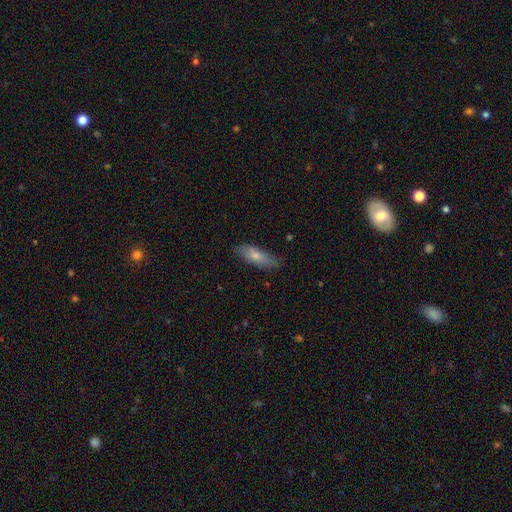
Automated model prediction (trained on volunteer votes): Smooth or featured: smooth — 74% (featured or disk — 19%)
How rounded: in between — 64% (cigar-shaped — 33%)
Merging: none — 76% (minor disturbance — 19%)